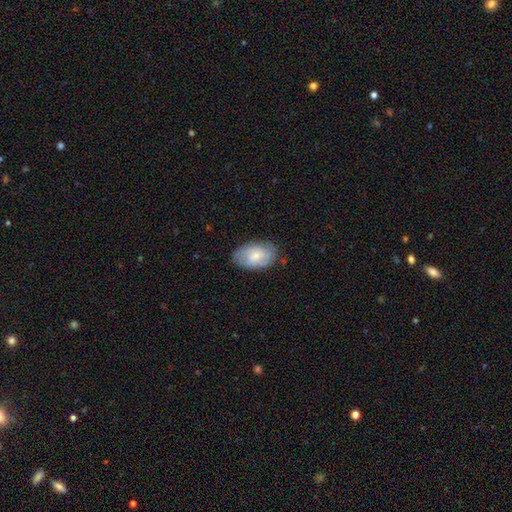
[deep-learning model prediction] Smooth or featured? Predicted: smooth (p=0.56). How rounded? Predicted: in between (p=0.90). Merging? Predicted: none (p=0.75).